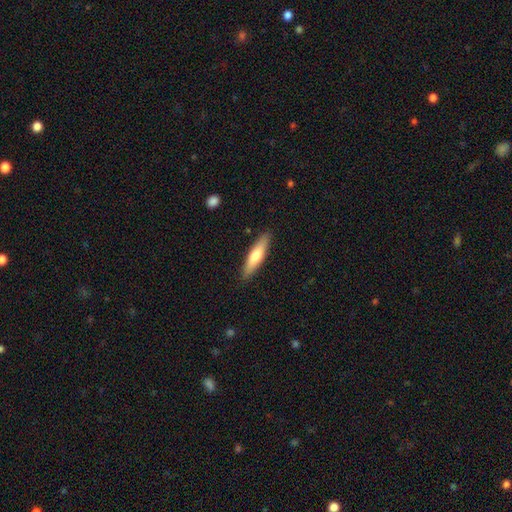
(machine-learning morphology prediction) Smooth or featured: smooth — 65% (featured or disk — 30%)
How rounded: cigar-shaped — 77% (in between — 22%)
Merging: none — 89% (minor disturbance — 8%)